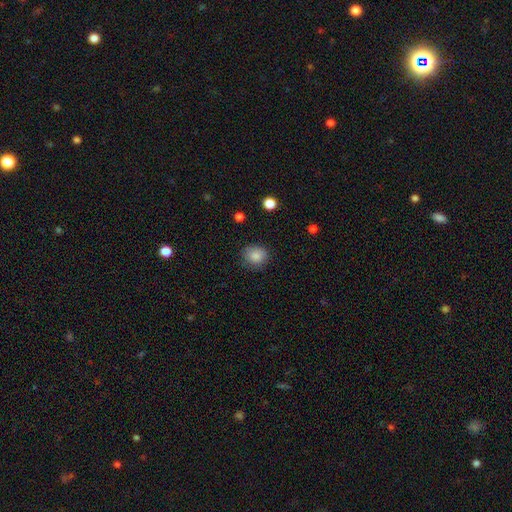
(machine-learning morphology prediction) smooth_or_featured: smooth (p=0.86) [alt: star or artifact p=0.09]
how_rounded: round (p=0.73) [alt: in between p=0.27]
merging: none (p=0.82) [alt: minor disturbance p=0.13]